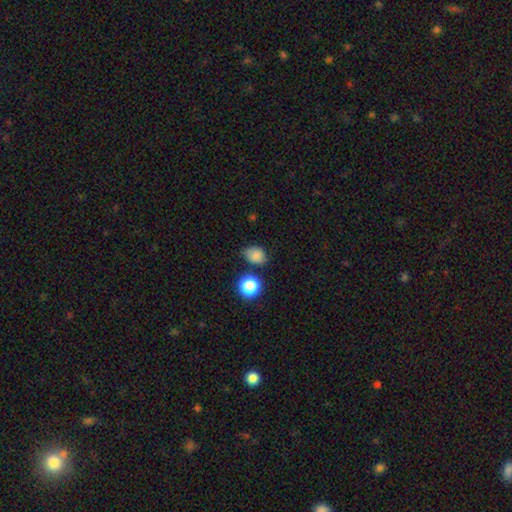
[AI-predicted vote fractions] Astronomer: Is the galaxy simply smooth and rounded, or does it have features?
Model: smooth — 81%.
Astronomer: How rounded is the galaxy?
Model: in between — 55% (runner-up: round, 44%).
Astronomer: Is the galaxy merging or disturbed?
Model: none — 67%.